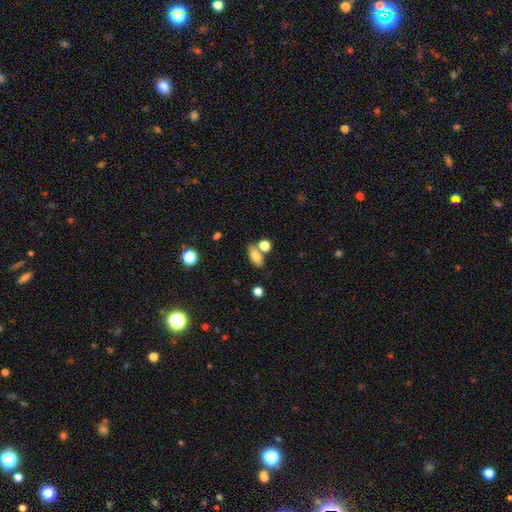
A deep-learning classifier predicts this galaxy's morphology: This is likely a smooth galaxy (79%). How rounded: clearly in between (83%). Merging: likely none (64%).